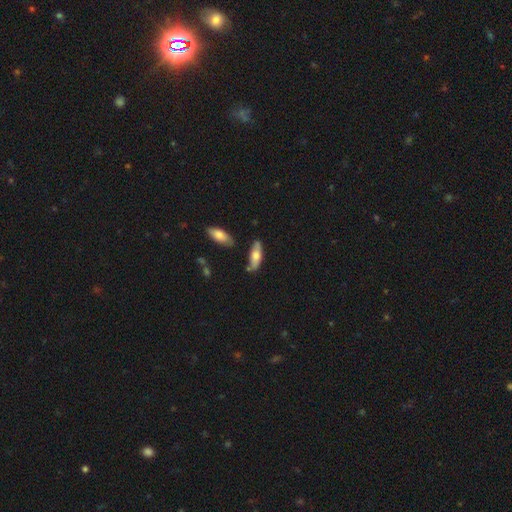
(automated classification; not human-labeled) smooth_or_featured: smooth (p=0.65) [alt: featured or disk p=0.29]
how_rounded: in between (p=0.66) [alt: cigar-shaped p=0.31]
merging: none (p=0.69) [alt: minor disturbance p=0.20]